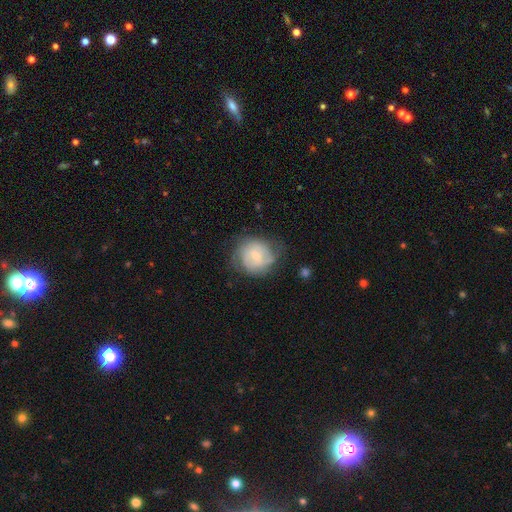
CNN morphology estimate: featured or disk 55%, smooth 38%, star or artifact 7%. Down the decision tree: edge-on disk — no (98%); bar — no (46%, tied with weak); spiral arms — yes (79%); bulge size — small (53%); merging — none (60%).